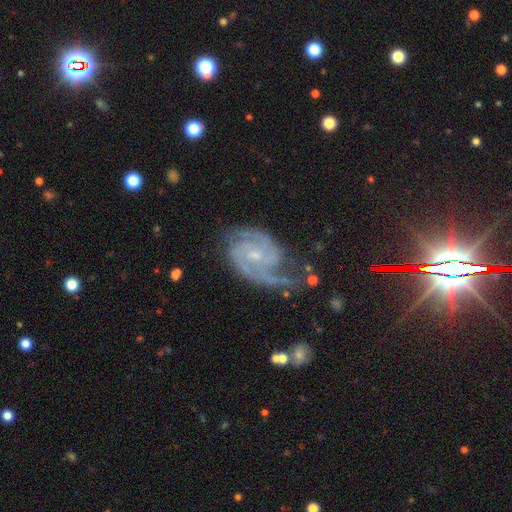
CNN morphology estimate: The model was most divided on "spiral winding": tight: 47%, medium: 44%, loose: 9%. More confident: spiral arms — yes (98%); edge-on disk — no (98%); smooth or featured — featured or disk (90%); spiral arm count — 2 (71%); bulge size — small (69%); merging — none (61%); bar — no (52%).